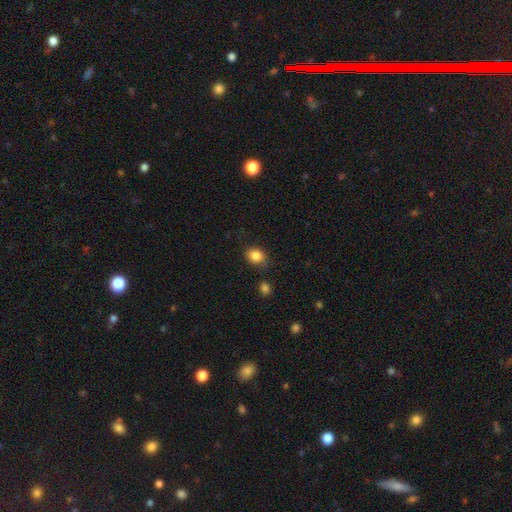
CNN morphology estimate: Smooth or featured? smooth (85%)
How rounded? in between (52%)
Merging? none (73%)